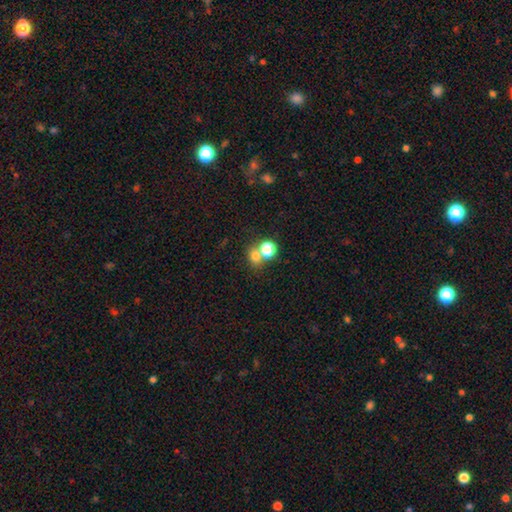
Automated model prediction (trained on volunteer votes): Overall: smooth (72%). How rounded: round (67%; in between 32%). Merging: none (51%; merger 37%).